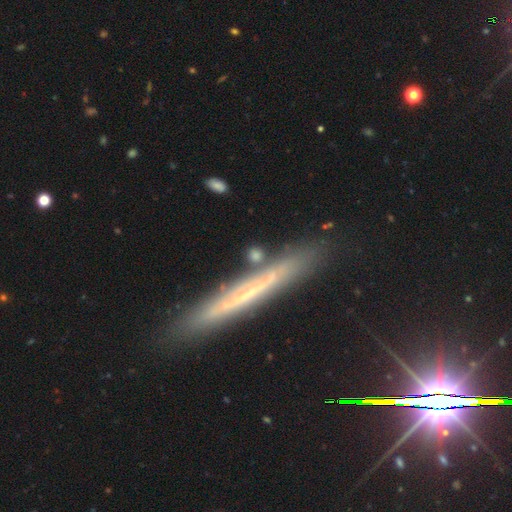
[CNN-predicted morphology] smooth_or_featured: featured or disk (p=0.53) [alt: smooth p=0.38]
disk_edge_on: yes (p=0.84) [alt: no p=0.16]
merging: none (p=0.76) [alt: minor disturbance p=0.14]